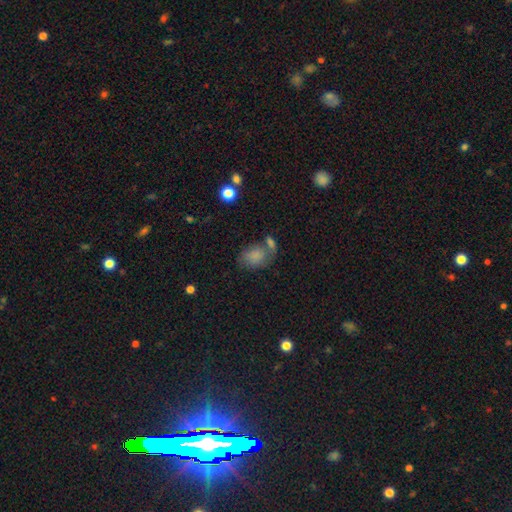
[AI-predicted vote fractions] Smooth or featured: smooth — 75% (featured or disk — 15%)
How rounded: in between — 74% (round — 24%)
Merging: none — 46% (merger — 24%)